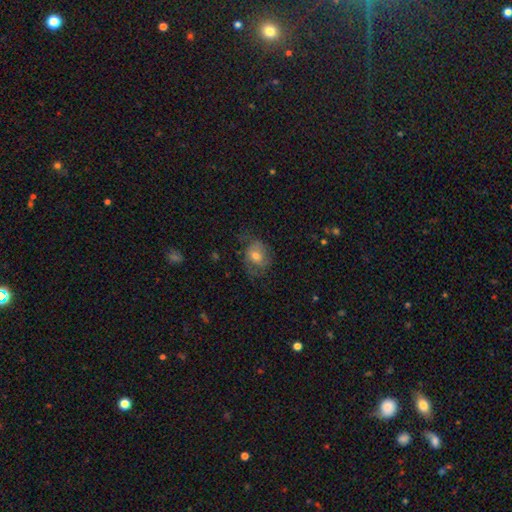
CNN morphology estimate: type=smooth (58%); roundness=round (50%); merging=none (51%).